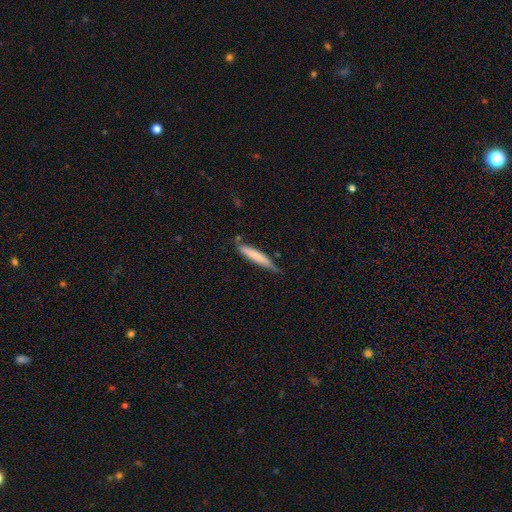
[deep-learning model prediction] smooth_or_featured: smooth (p=0.71) [alt: featured or disk p=0.23]
how_rounded: cigar-shaped (p=0.91) [alt: in between p=0.08]
merging: none (p=0.63) [alt: minor disturbance p=0.29]